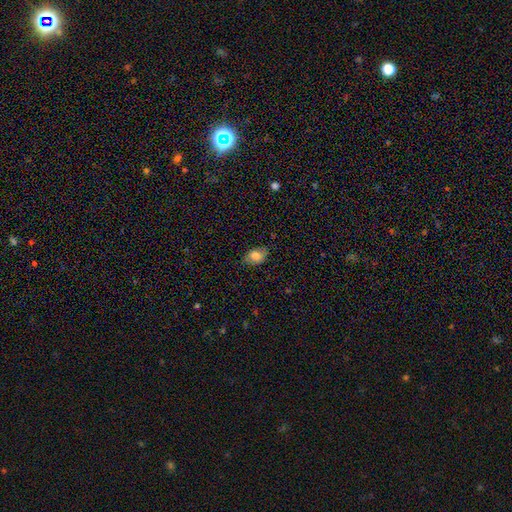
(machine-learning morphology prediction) Smooth or featured? smooth (78%)
How rounded? in between (80%)
Merging? none (76%)